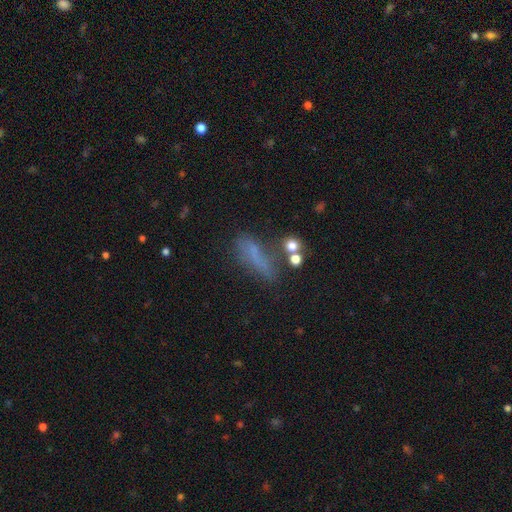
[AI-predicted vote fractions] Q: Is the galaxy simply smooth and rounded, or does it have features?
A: smooth — 55%.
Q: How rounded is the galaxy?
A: cigar-shaped — 57%.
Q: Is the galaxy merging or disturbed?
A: none — 48%.